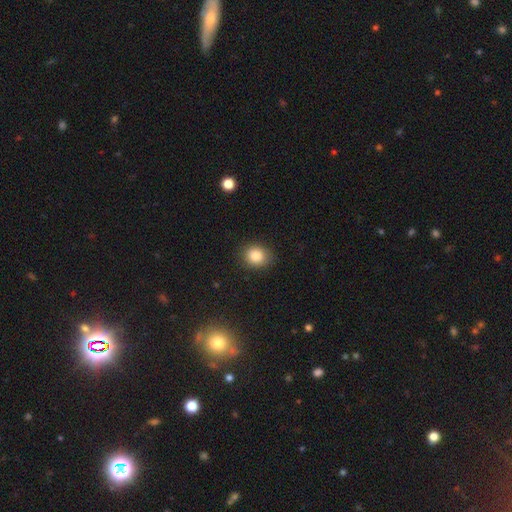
Smooth or featured? smooth (89%)
How rounded? in between (53%)
Merging? none (100%)